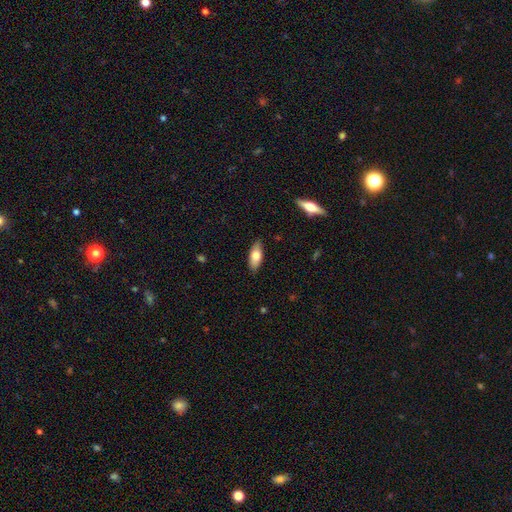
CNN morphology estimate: smooth 74%, featured or disk 20%, star or artifact 6%. Down the decision tree: how rounded — in between (79%); merging — none (87%).